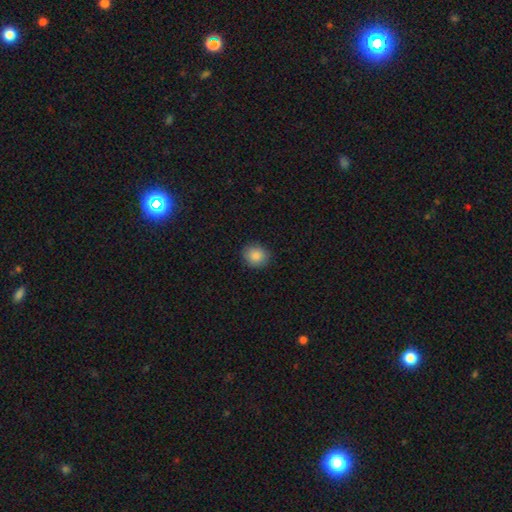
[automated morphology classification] Q: Smooth or featured?
A: smooth (87%); runner-up: star or artifact (9%)
Q: How rounded?
A: round (77%); runner-up: in between (22%)
Q: Merging?
A: none (89%); runner-up: minor disturbance (8%)